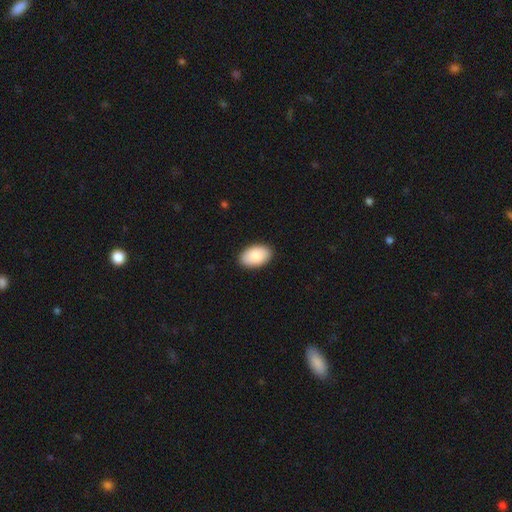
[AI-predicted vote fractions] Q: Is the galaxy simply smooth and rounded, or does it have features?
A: smooth — 85%.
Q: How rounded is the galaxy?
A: in between — 93%.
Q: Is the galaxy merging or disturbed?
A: none — 90%.